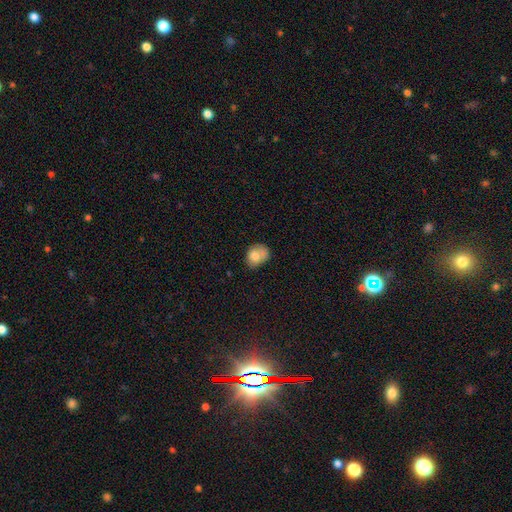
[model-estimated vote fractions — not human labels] This appears to be a smooth galaxy with no disk features (77%) that is in between round and cigar-shaped (60%). Merging: none (44%).